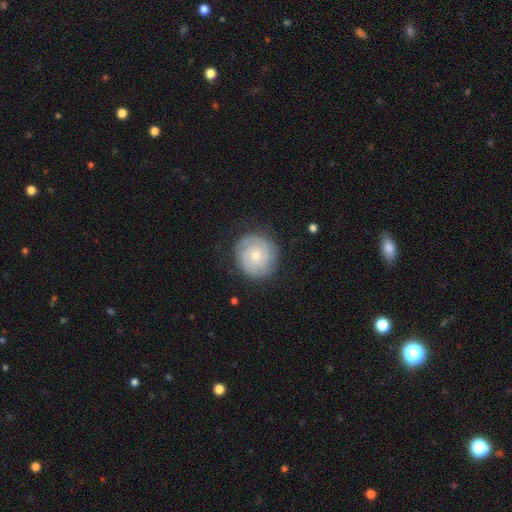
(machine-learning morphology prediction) smooth-or-featured: featured or disk: 76% | smooth: 18% | star or artifact: 6%
  disk-edge-on: no: 98% | yes: 2%
    bar: no: 72% | weak: 24% | strong: 4%
    has-spiral-arms: yes: 95% | no: 5%
      spiral-winding: tight: 74% | medium: 21% | loose: 4%
      spiral-arm-count: 2: 58% | can't tell: 17% | 3: 15% | 4: 4% | 1: 4% | more than 4: 3%
    bulge-size: small: 50% | moderate: 44% | large: 2% | none: 2% | dominant: 1%
  merging: none: 84% | minor disturbance: 11% | major disturbance: 4% | merger: 1%